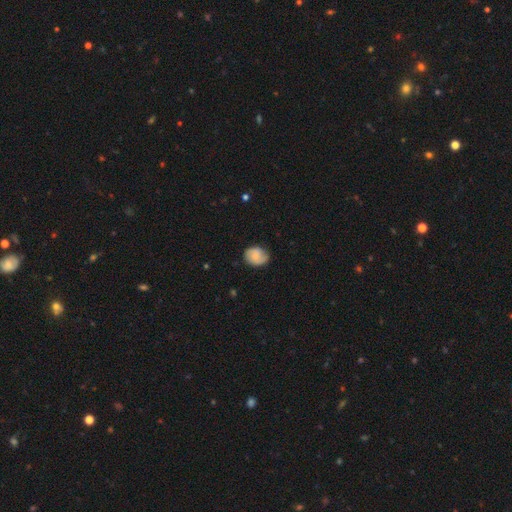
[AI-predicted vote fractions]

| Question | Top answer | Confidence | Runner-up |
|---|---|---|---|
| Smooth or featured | smooth | 53% | featured or disk (39%) |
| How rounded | round | 52% | in between (47%) |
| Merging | none | 73% | minor disturbance (21%) |